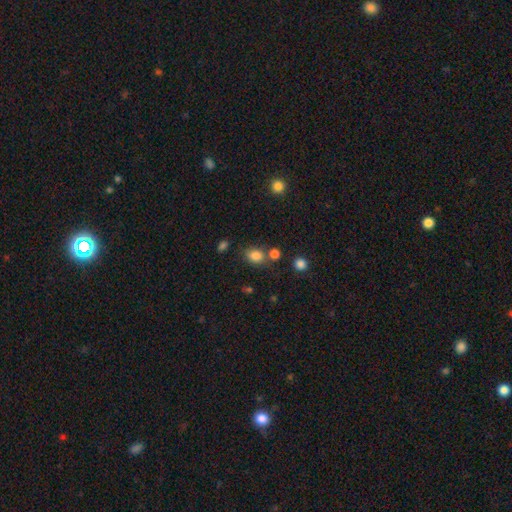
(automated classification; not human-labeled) smooth_or_featured: smooth (p=0.82) [alt: star or artifact p=0.12]
how_rounded: in between (p=0.57) [alt: round p=0.42]
merging: none (p=0.65) [alt: minor disturbance p=0.15]